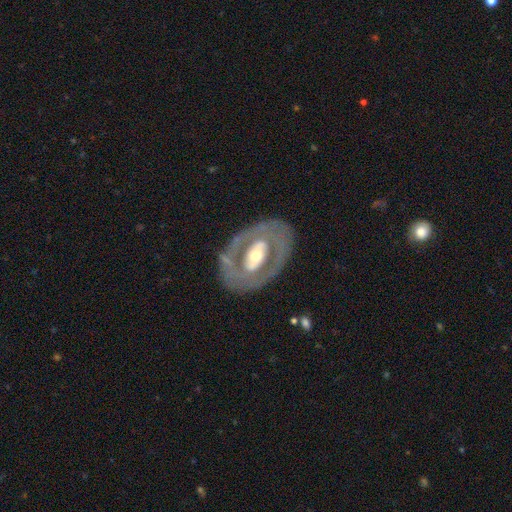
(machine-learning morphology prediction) Smooth or featured? Predicted: featured or disk (p=0.73). Edge-on disk? Predicted: no (p=0.93). Bar? Predicted: no (p=0.50). Spiral arms? Predicted: no (p=0.69). Bulge size? Predicted: moderate (p=0.64). Merging? Predicted: none (p=0.75).